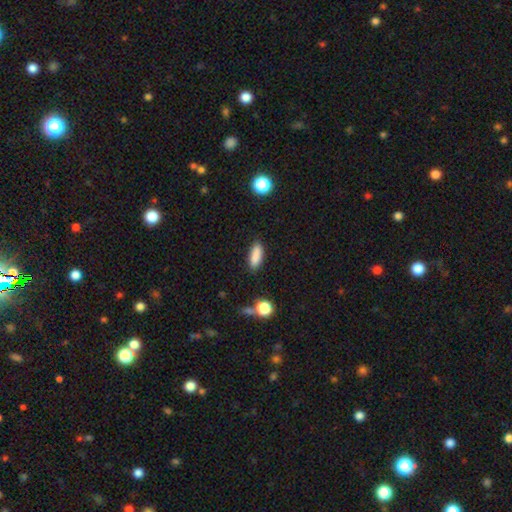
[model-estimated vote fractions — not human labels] Smooth or featured? smooth (87%)
How rounded? in between (63%)
Merging? none (86%)